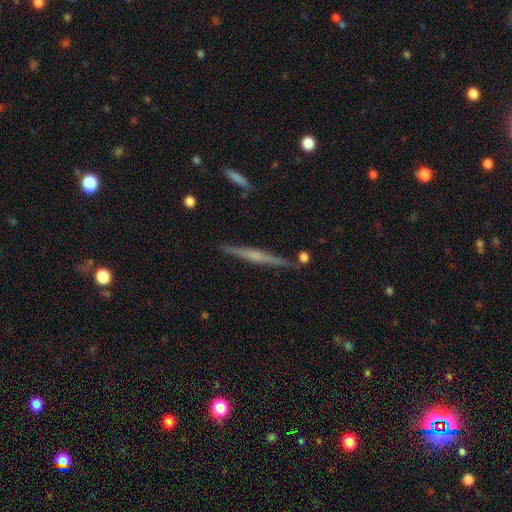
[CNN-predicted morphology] Smooth or featured? featured or disk (68%)
Edge-on disk? yes (98%)
Edge-on bulge? rounded (56%)
Merging? none (88%)